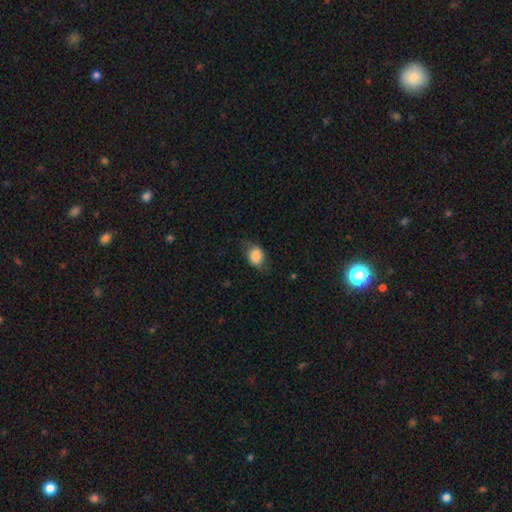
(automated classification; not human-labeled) smooth-or-featured: smooth: 81% | featured or disk: 11% | star or artifact: 8%
  how-rounded: in between: 55% | round: 44% | cigar-shaped: 1%
  merging: none: 63% | minor disturbance: 26% | major disturbance: 10% | merger: 1%